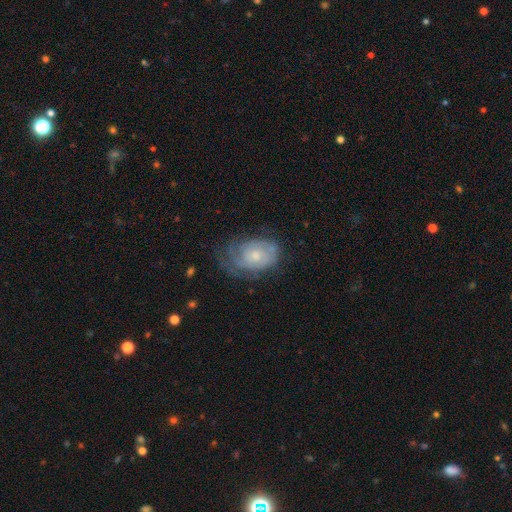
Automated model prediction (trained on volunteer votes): Smooth or featured: featured or disk — 72% (smooth — 21%)
Edge-on disk: no — 96% (yes — 4%)
Bar: no — 78% (weak — 20%)
Spiral arms: yes — 88% (no — 12%)
Spiral winding: tight — 65% (medium — 27%)
Spiral arm count: can't tell — 43% (2 — 30%)
Bulge size: small — 47% (moderate — 46%)
Merging: none — 58% (minor disturbance — 26%)